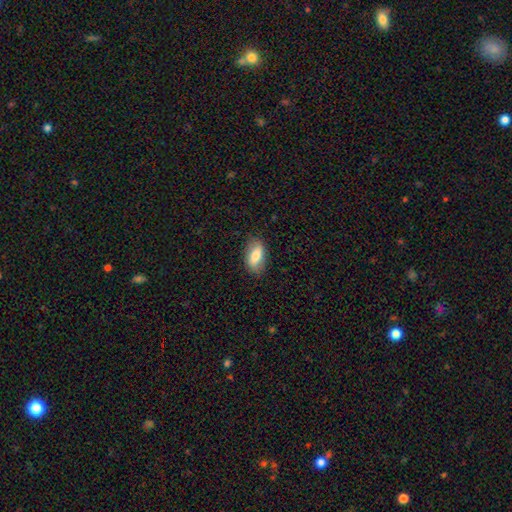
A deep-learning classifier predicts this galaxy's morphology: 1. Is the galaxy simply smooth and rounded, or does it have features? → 75% smooth, 18% featured or disk, 7% star or artifact.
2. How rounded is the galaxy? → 90% in between, 6% cigar-shaped, 4% round.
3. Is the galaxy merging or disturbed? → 79% none, 16% minor disturbance, 4% major disturbance, 1% merger.